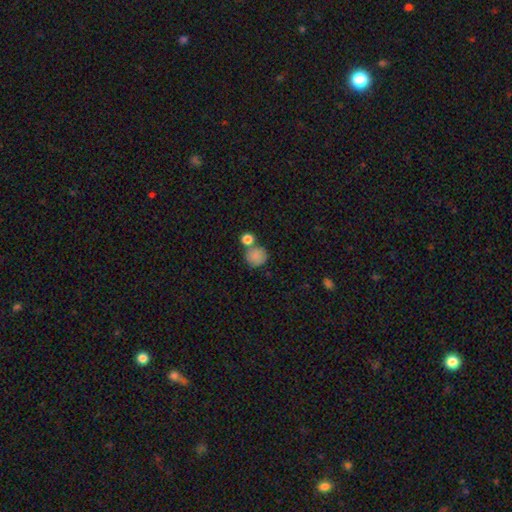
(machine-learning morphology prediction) The model was most divided on "merging": none: 56%, merger: 28%, minor disturbance: 11%, major disturbance: 4%. More confident: how rounded — round (88%); smooth or featured — smooth (84%).